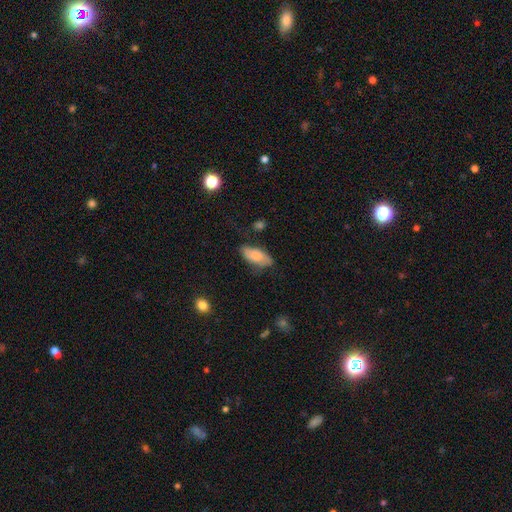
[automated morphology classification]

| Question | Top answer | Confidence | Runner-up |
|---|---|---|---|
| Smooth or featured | smooth | 75% | featured or disk (18%) |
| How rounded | in between | 88% | cigar-shaped (9%) |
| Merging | none | 59% | minor disturbance (28%) |